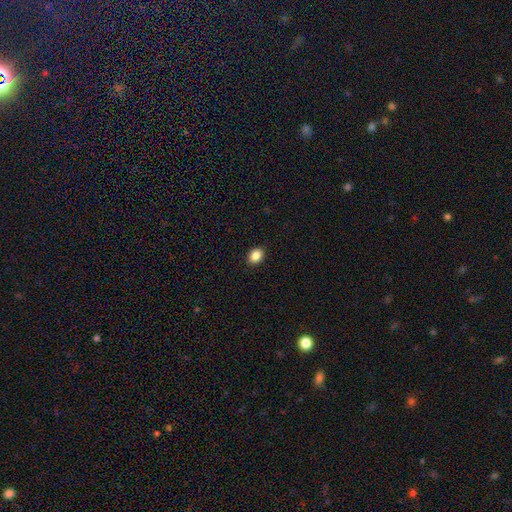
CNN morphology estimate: type=smooth (87%); roundness=in between (65%); merging=none (91%).